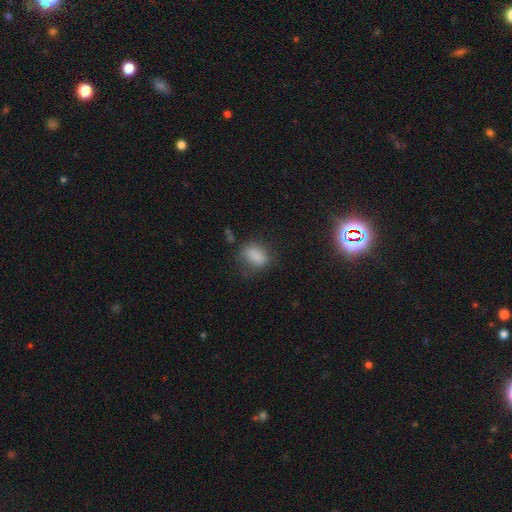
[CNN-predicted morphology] smooth-or-featured: smooth: 83% | star or artifact: 10% | featured or disk: 7%
  how-rounded: in between: 76% | round: 21% | cigar-shaped: 3%
  merging: none: 62% | minor disturbance: 24% | major disturbance: 11% | merger: 3%